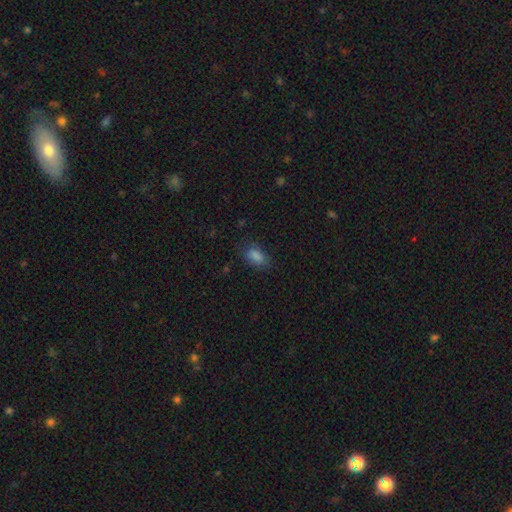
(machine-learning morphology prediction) Smooth or featured: smooth — 83% (star or artifact — 11%)
How rounded: in between — 88% (round — 8%)
Merging: none — 72% (minor disturbance — 20%)